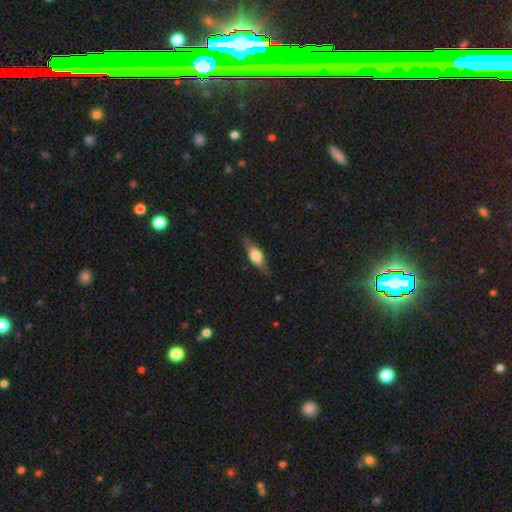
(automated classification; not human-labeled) Smooth or featured?
  - smooth: 50% *
  - featured or disk: 43%
  - star or artifact: 7%
How rounded?
  - in between: 65% *
  - cigar-shaped: 30%
  - round: 5%
Merging?
  - none: 78% *
  - minor disturbance: 17%
  - major disturbance: 4%
  - merger: 1%